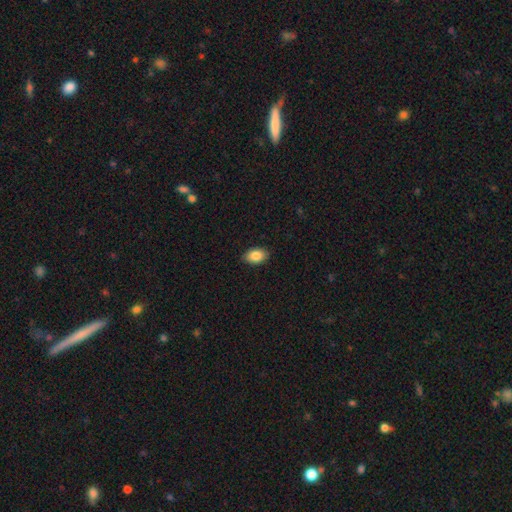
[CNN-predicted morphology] smooth_or_featured: smooth (p=0.87) [alt: star or artifact p=0.07]
how_rounded: in between (p=0.90) [alt: round p=0.09]
merging: none (p=0.88) [alt: minor disturbance p=0.09]